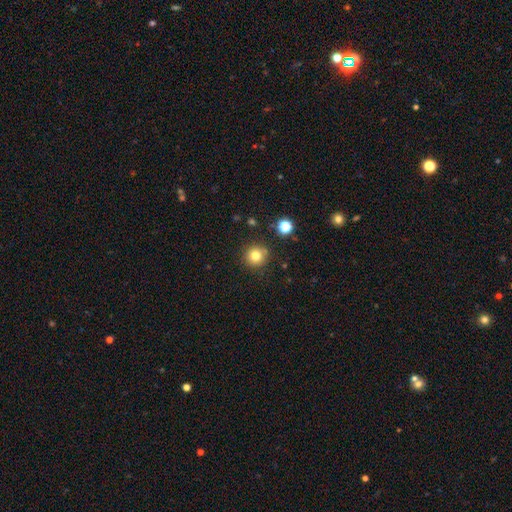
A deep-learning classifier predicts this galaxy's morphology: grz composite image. It shows a smooth galaxy with no disk features (79%) that is round (94%). Merging: none (86%).